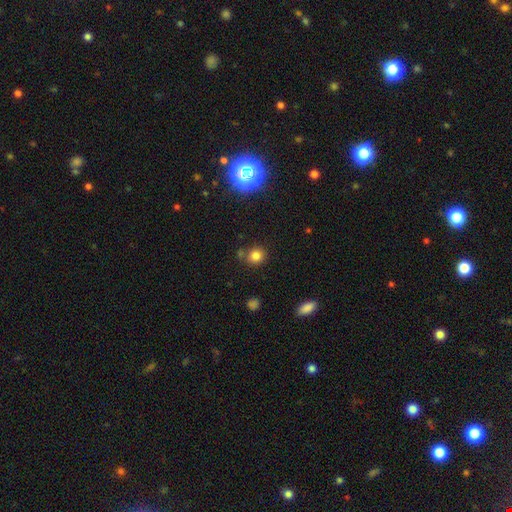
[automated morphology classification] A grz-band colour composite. It shows a smooth galaxy with no disk features (80%) that is round (82%). Merging: none (74%).